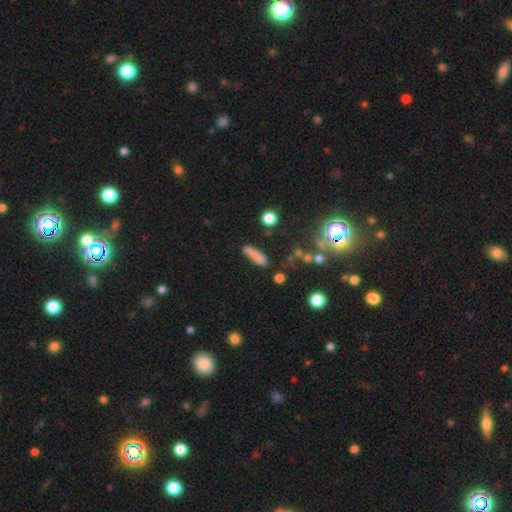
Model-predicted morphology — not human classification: smooth-or-featured: smooth: 77% | featured or disk: 12% | star or artifact: 11%
  how-rounded: cigar-shaped: 77% | in between: 20% | round: 3%
  merging: none: 69% | minor disturbance: 19% | major disturbance: 6% | merger: 6%